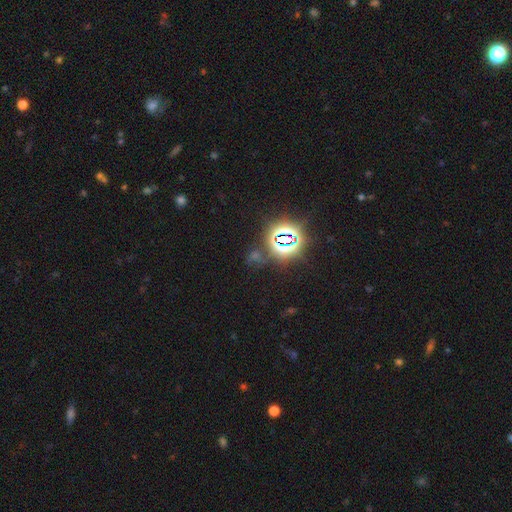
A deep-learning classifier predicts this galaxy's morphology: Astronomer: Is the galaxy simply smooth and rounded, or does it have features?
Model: star or artifact — 77%.